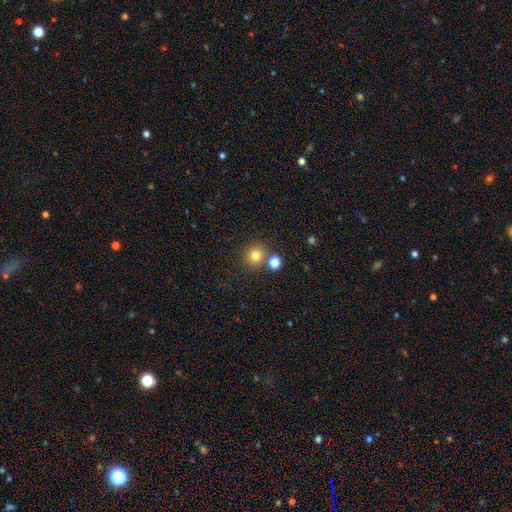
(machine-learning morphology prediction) Q: Smooth or featured?
A: smooth (79%); runner-up: star or artifact (15%)
Q: How rounded?
A: round (87%); runner-up: in between (12%)
Q: Merging?
A: none (75%); runner-up: merger (14%)